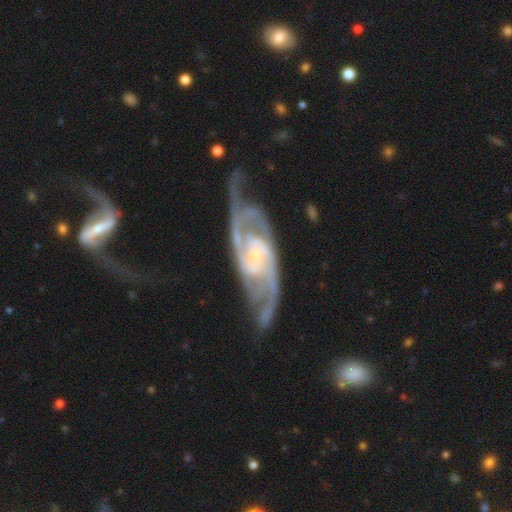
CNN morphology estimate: Smooth or featured? featured or disk (93%)
Edge-on disk? no (96%)
Bar? weak (42%)
Spiral arms? yes (98%)
Spiral winding? medium (52%)
Spiral arm count? 2 (81%)
Bulge size? small (68%)
Merging? none (65%)